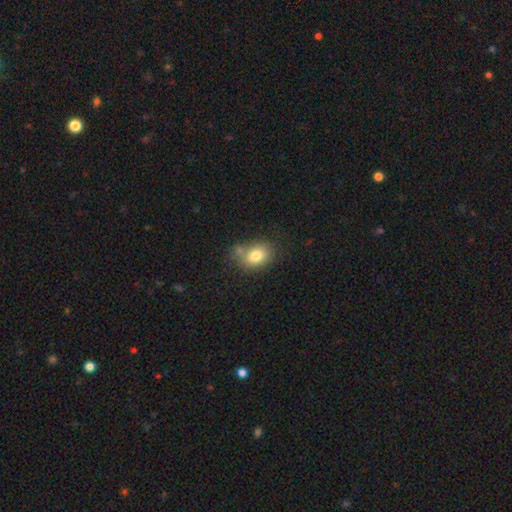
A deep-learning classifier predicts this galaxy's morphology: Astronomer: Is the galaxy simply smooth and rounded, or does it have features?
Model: smooth — 79%.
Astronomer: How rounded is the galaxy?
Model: in between — 66%.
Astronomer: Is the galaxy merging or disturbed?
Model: none — 58%.